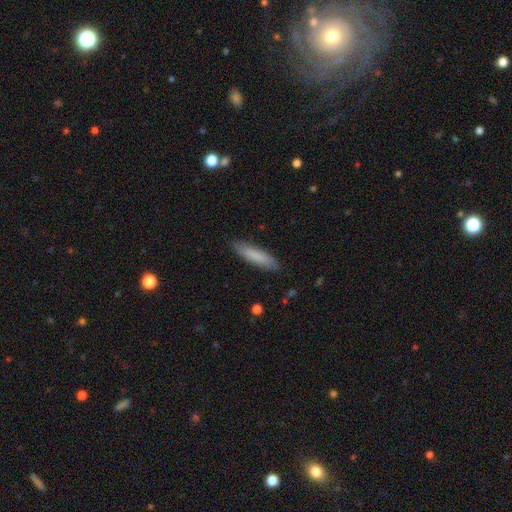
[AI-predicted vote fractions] Overall: smooth (81%). How rounded: cigar-shaped (78%). Merging: none (87%).